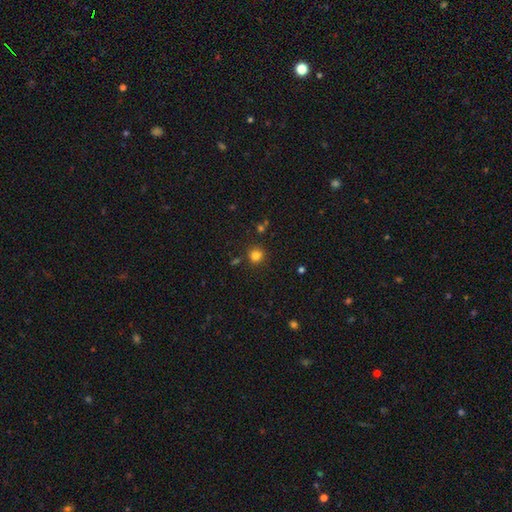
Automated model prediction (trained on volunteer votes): Smooth or featured? smooth (80%)
How rounded? round (90%)
Merging? none (85%)